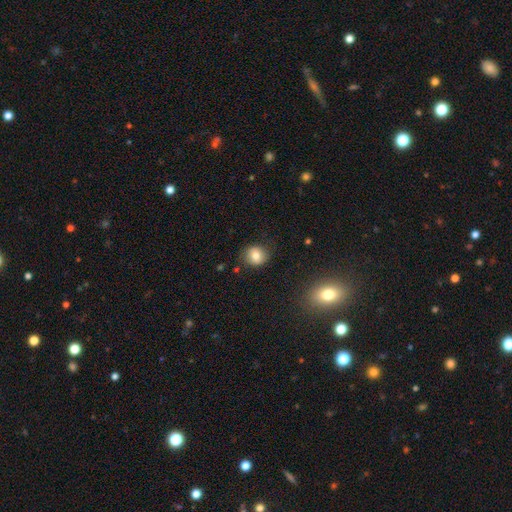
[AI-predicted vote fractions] Smooth or featured? Predicted: smooth (p=0.76). How rounded? Predicted: round (p=0.79). Merging? Predicted: none (p=0.80).